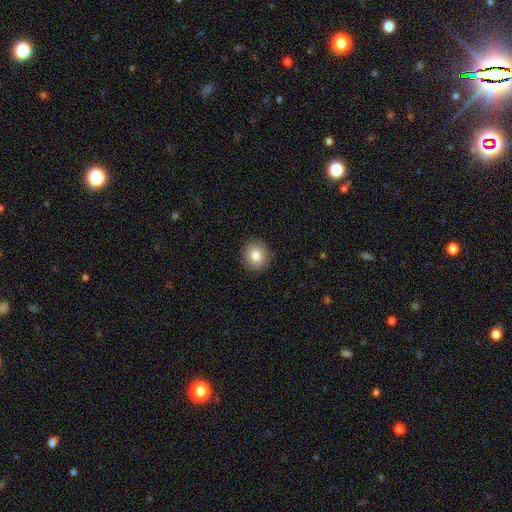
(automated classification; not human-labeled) Overall: smooth (82%). How rounded: round (89%). Merging: none (91%).